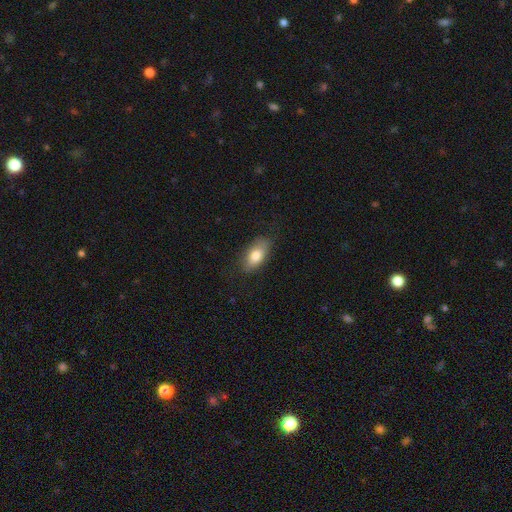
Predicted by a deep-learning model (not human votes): smooth-or-featured: smooth: 78% | featured or disk: 15% | star or artifact: 7%
  how-rounded: in between: 88% | cigar-shaped: 7% | round: 5%
  merging: none: 80% | minor disturbance: 15% | major disturbance: 4% | merger: 1%